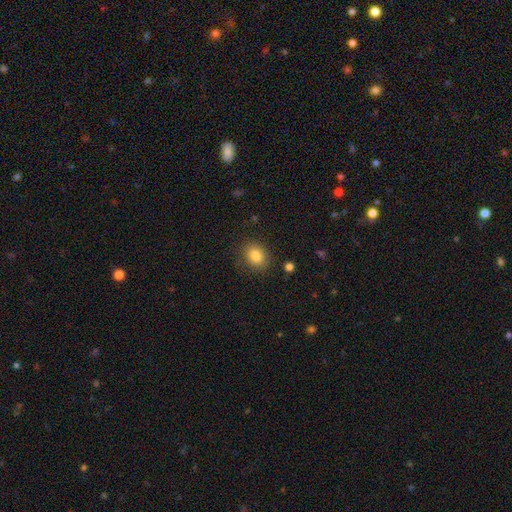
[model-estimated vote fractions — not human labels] Smooth or featured?
  - smooth: 85% *
  - star or artifact: 9%
  - featured or disk: 6%
How rounded?
  - in between: 53% *
  - round: 46%
  - cigar-shaped: 1%
Merging?
  - none: 83% *
  - minor disturbance: 12%
  - major disturbance: 4%
  - merger: 2%